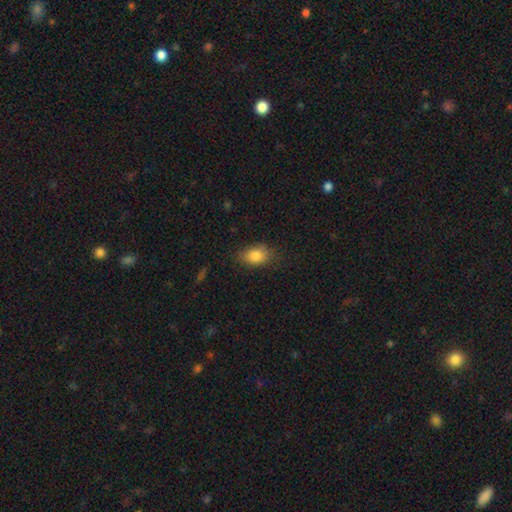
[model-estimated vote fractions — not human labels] Smooth or featured? Predicted: smooth (p=0.84). How rounded? Predicted: in between (p=0.84). Merging? Predicted: none (p=0.77).